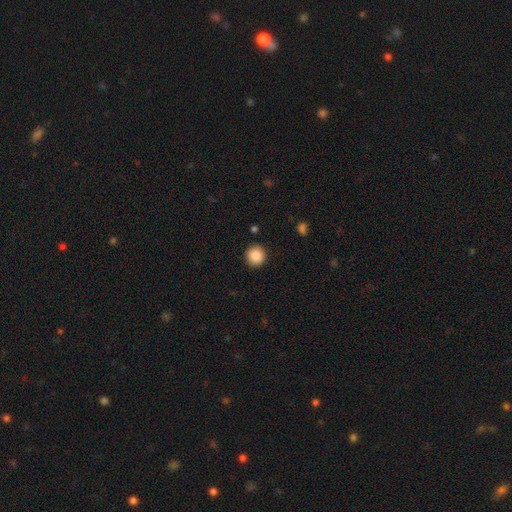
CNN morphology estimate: This appears to be a smooth galaxy with no disk features (89%) that is round (93%). Merging: none (90%).